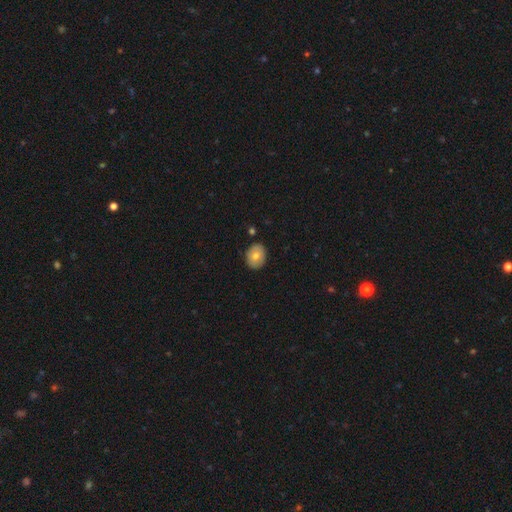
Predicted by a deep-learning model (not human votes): This appears to be a smooth galaxy with no disk features (71%) that is in between round and cigar-shaped (50%). Merging: none (86%).